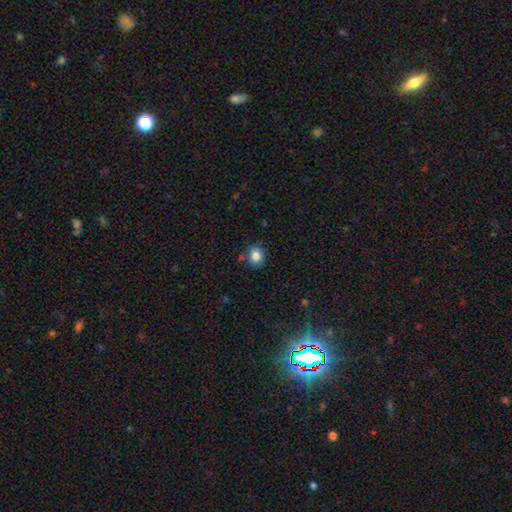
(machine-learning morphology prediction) A smooth galaxy with no disk features (83%) that is round (68%).

Vote fractions:
- Smooth or featured? smooth: 83% / star or artifact: 10% / featured or disk: 7%
- How rounded? round: 68% / in between: 31% / cigar-shaped: 1%
- Merging? none: 82% / minor disturbance: 12% / merger: 4% / major disturbance: 3%